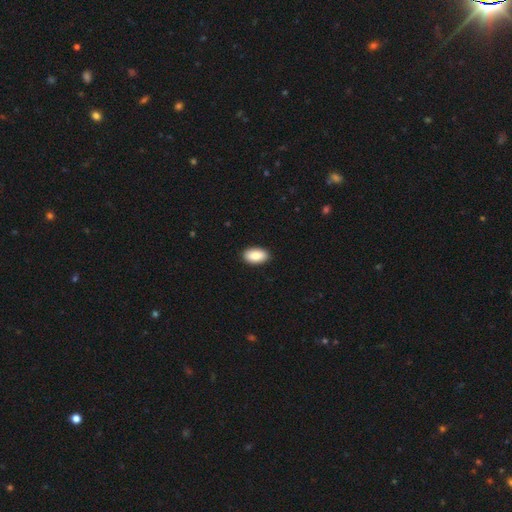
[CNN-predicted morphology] Q: Smooth or featured?
A: smooth (87%); runner-up: featured or disk (7%)
Q: How rounded?
A: in between (94%); runner-up: round (5%)
Q: Merging?
A: none (91%); runner-up: minor disturbance (7%)